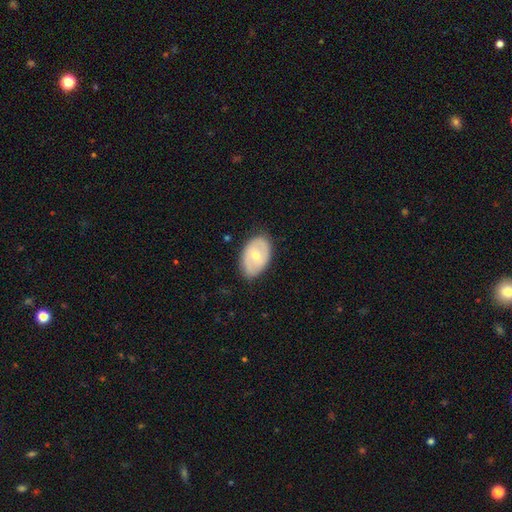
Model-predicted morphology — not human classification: Smooth or featured?
  - featured or disk: 52% *
  - smooth: 43%
  - star or artifact: 5%
Edge-on disk?
  - no: 93% *
  - yes: 7%
Merging?
  - none: 80% *
  - minor disturbance: 15%
  - major disturbance: 3%
  - merger: 1%